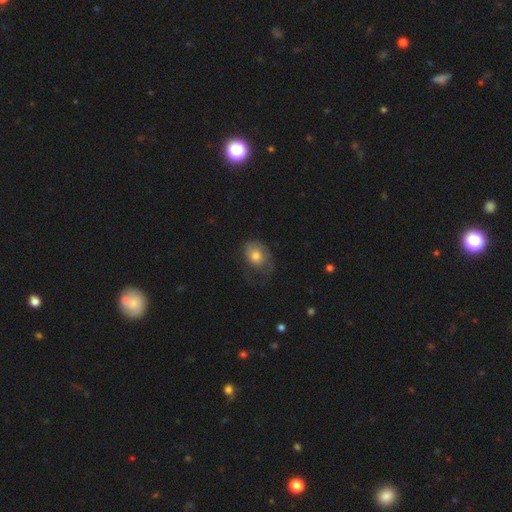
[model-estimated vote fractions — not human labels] smooth-or-featured: smooth: 67% | featured or disk: 26% | star or artifact: 8%
  how-rounded: in between: 62% | round: 37% | cigar-shaped: 1%
  merging: none: 38% | major disturbance: 31% | minor disturbance: 29% | merger: 2%